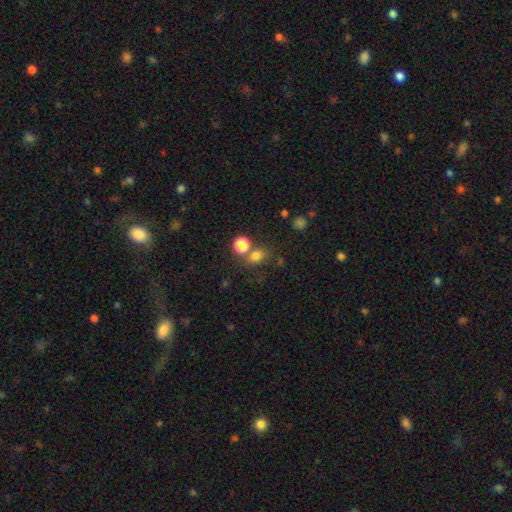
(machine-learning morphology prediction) Smooth or featured: smooth — 76% (star or artifact — 17%)
How rounded: round — 55% (in between — 44%)
Merging: none — 60% (merger — 24%)